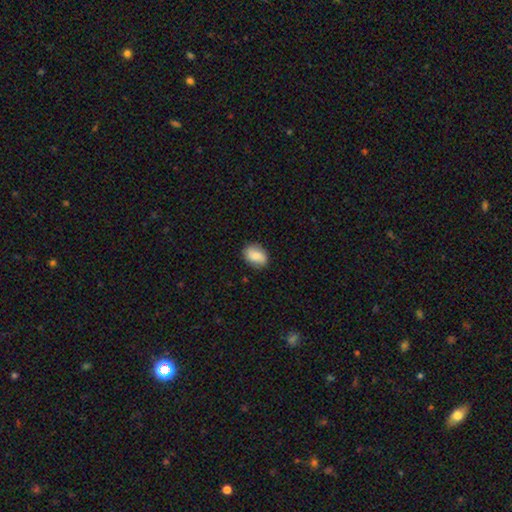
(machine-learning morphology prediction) type=smooth (85%); roundness=in between (77%); merging=none (83%).